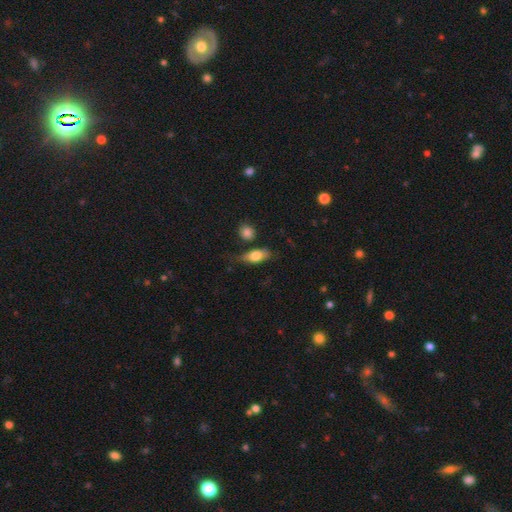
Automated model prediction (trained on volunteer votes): Morphology: type=smooth (71%); roundness=in between (76%); merging=none (60%).